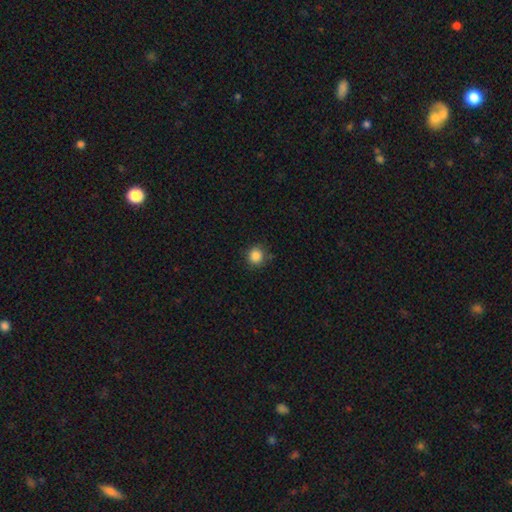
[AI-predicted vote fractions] Morphology: type=smooth (86%); roundness=round (91%); merging=none (84%).